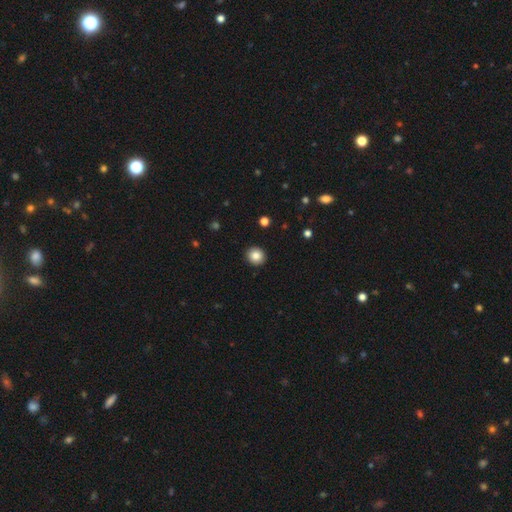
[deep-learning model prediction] Q: Smooth or featured?
A: smooth (85%); runner-up: star or artifact (10%)
Q: How rounded?
A: round (87%); runner-up: in between (12%)
Q: Merging?
A: none (92%); runner-up: minor disturbance (6%)